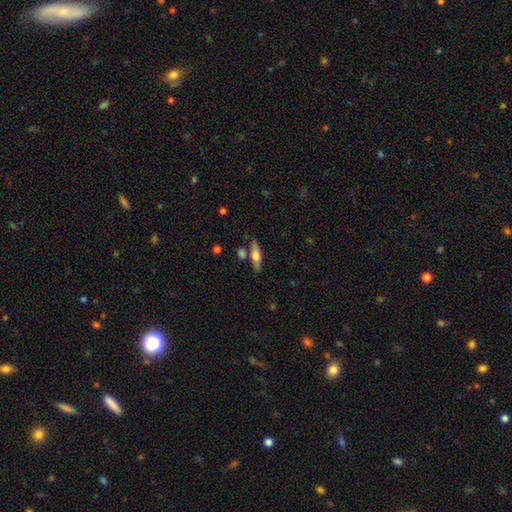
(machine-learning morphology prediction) This appears to be a featured or disk galaxy (51%) viewed edge-on (92%). Merging: none (75%).